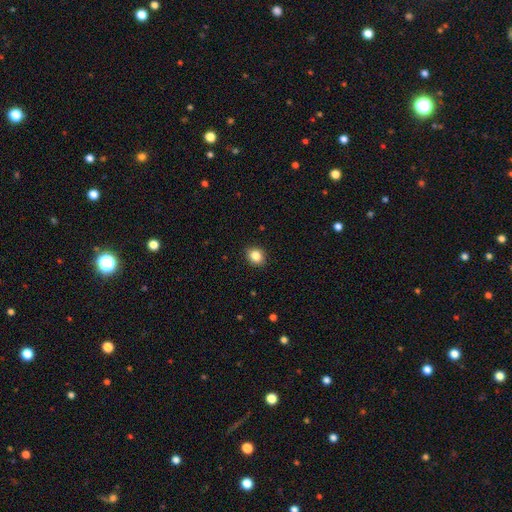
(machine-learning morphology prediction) smooth-or-featured: smooth: 85% | star or artifact: 10% | featured or disk: 5%
  how-rounded: round: 67% | in between: 32% | cigar-shaped: 1%
  merging: none: 91% | minor disturbance: 7% | major disturbance: 2% | merger: 1%